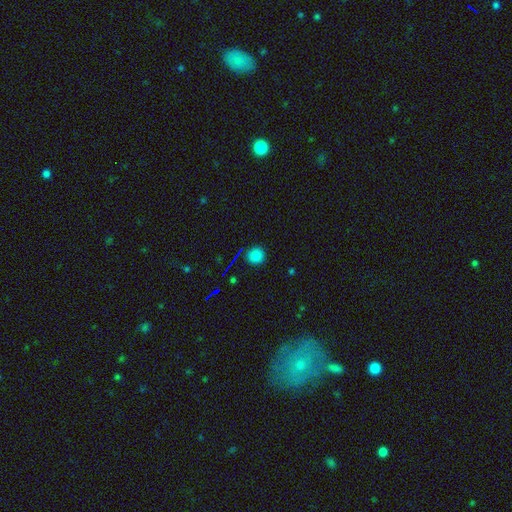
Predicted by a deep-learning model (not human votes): A smooth galaxy with no disk features (80%) that is round (93%). Merging: none (87%).